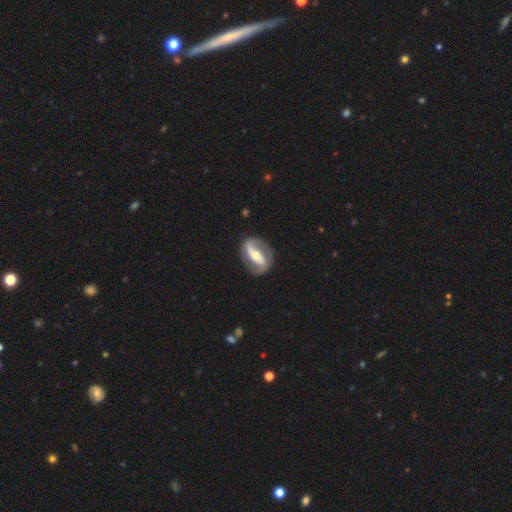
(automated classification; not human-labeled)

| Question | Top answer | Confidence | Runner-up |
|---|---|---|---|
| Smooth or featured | featured or disk | 83% | smooth (12%) |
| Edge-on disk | no | 96% | yes (4%) |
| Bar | strong | 55% | weak (26%) |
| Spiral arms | yes | 88% | no (12%) |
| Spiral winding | medium | 42% | tight (30%) |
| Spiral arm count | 2 | 85% | 1 (8%) |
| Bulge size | moderate | 64% | small (28%) |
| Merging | none | 80% | minor disturbance (13%) |